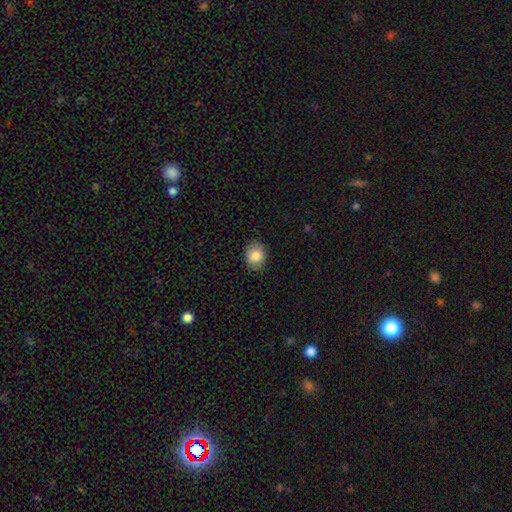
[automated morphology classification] The model was most divided on "how rounded": round: 52%, in between: 47%, cigar-shaped: 1%. More confident: merging — none (87%); smooth or featured — smooth (84%).